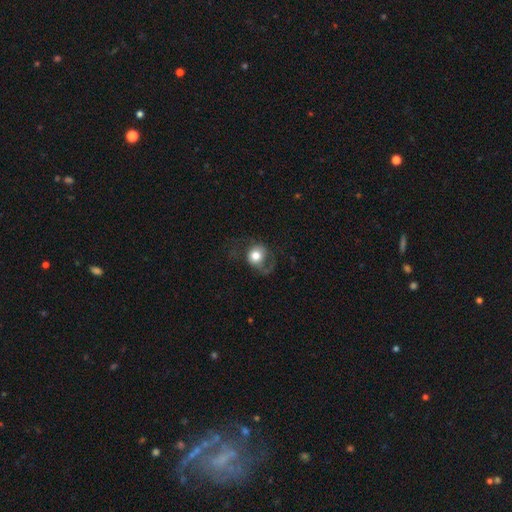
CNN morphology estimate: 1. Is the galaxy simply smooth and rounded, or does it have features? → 61% smooth, 30% featured or disk, 8% star or artifact.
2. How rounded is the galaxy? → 75% round, 24% in between, 1% cigar-shaped.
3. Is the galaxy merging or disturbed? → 43% none, 35% major disturbance, 20% minor disturbance, 2% merger.